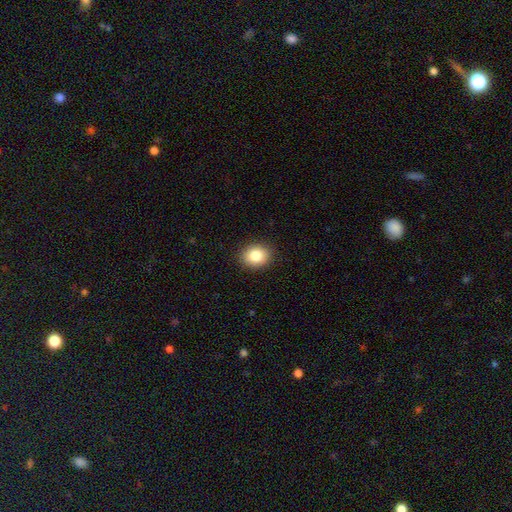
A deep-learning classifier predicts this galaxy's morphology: Smooth or featured? smooth (84%)
How rounded? round (52%)
Merging? none (90%)